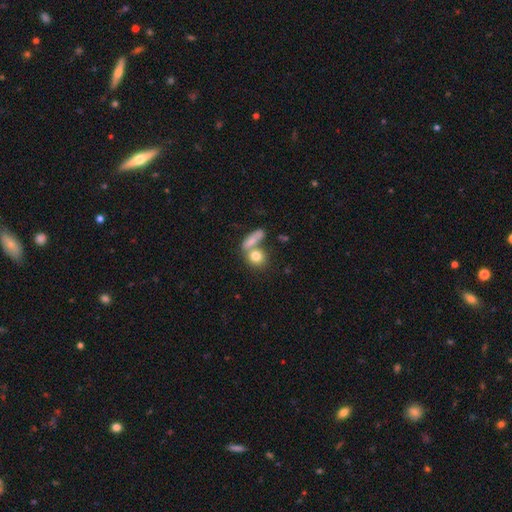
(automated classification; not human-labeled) Q: Smooth or featured?
A: smooth (79%); runner-up: featured or disk (13%)
Q: How rounded?
A: round (62%); runner-up: in between (33%)
Q: Merging?
A: none (45%); runner-up: merger (41%)